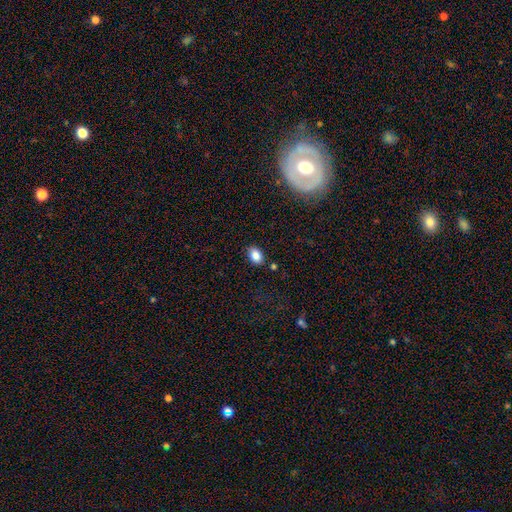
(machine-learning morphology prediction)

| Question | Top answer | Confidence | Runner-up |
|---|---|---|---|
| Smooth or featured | smooth | 85% | star or artifact (9%) |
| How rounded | in between | 83% | round (16%) |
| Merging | none | 85% | minor disturbance (10%) |